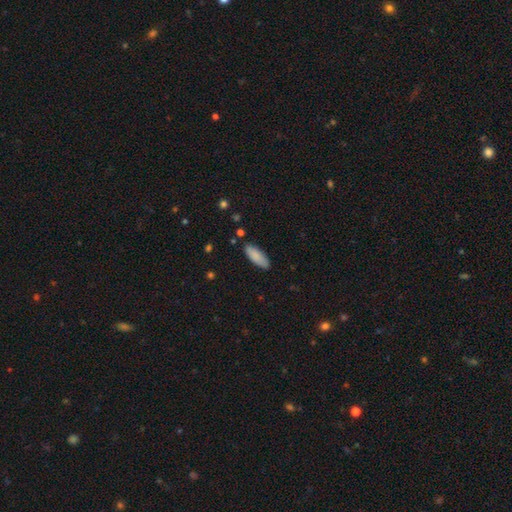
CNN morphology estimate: Smooth or featured: smooth — 87% (featured or disk — 7%)
How rounded: in between — 71% (cigar-shaped — 27%)
Merging: none — 85% (minor disturbance — 11%)